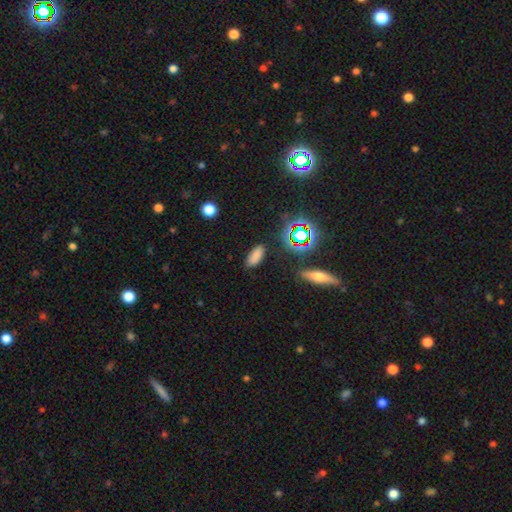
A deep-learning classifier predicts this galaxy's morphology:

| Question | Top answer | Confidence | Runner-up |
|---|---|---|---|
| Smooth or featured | smooth | 77% | star or artifact (17%) |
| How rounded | in between | 83% | cigar-shaped (13%) |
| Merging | none | 84% | minor disturbance (11%) |